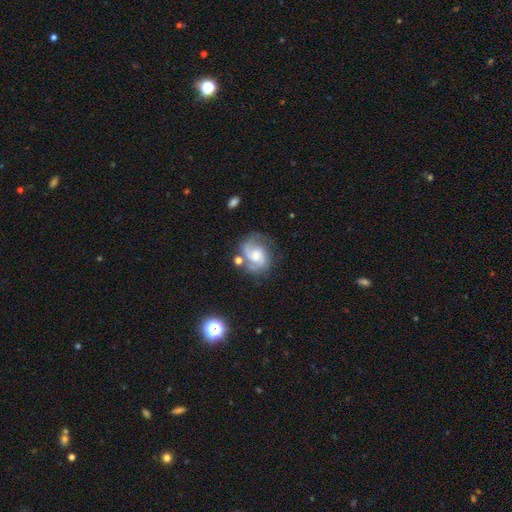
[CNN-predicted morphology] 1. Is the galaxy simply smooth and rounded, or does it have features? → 78% featured or disk, 15% smooth, 7% star or artifact.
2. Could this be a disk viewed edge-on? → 98% no, 2% yes.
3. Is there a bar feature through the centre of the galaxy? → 58% no, 36% weak, 6% strong.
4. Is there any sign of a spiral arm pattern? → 94% yes, 6% no.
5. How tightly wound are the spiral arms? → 48% medium, 32% tight, 20% loose.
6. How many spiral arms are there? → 69% 2, 11% 1, 10% can't tell, 6% 3, 2% 4, 2% more than 4.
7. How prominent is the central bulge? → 46% moderate, 27% small, 16% large, 9% none, 2% dominant.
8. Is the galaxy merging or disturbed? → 60% none, 20% minor disturbance, 13% major disturbance, 8% merger.